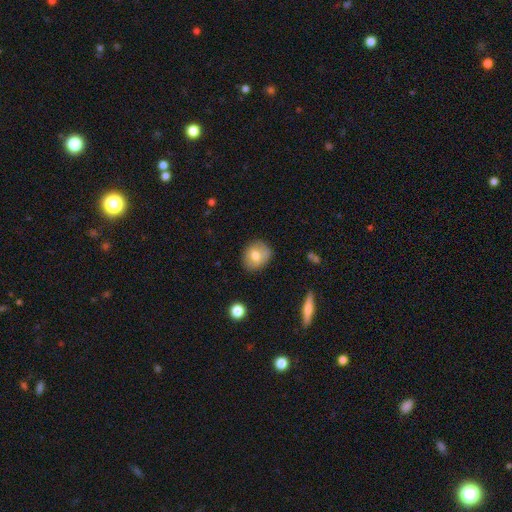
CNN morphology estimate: A smooth galaxy with no disk features (74%) that is round (61%). Merging: none (80%).